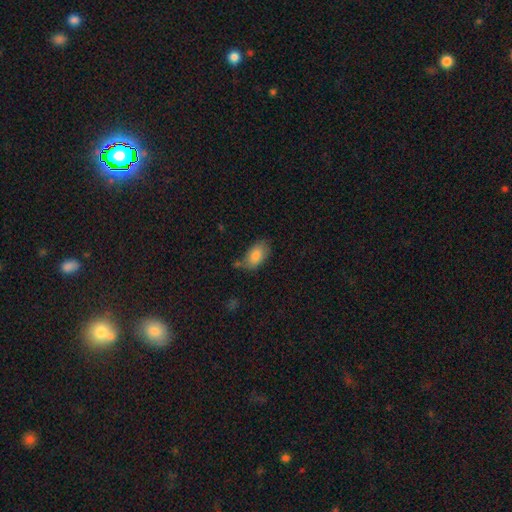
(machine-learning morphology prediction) Smooth or featured? smooth (83%)
How rounded? in between (93%)
Merging? none (62%)